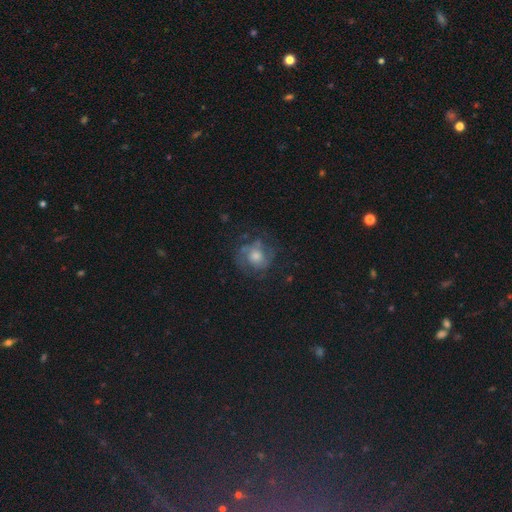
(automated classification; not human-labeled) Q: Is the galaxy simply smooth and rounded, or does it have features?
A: featured or disk — 56%.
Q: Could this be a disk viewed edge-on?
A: no — 97%.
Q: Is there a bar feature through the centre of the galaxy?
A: no — 76%.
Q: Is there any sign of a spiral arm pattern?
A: yes — 80%.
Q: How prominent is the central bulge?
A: moderate — 56%.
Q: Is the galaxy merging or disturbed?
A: none — 68%.